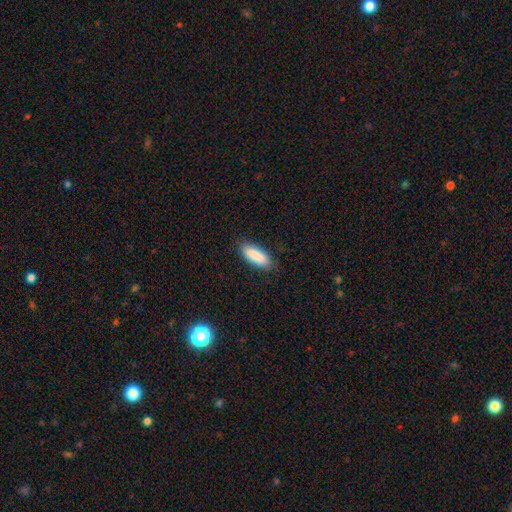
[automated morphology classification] type=smooth (88%); roundness=in between (71%); merging=none (85%).